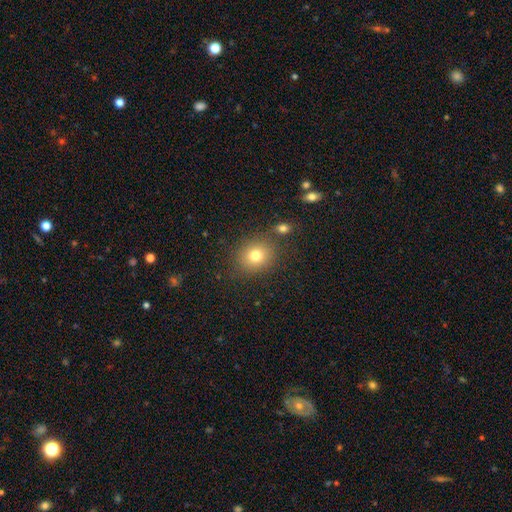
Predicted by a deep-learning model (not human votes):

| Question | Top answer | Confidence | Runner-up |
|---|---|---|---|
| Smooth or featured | smooth | 77% | star or artifact (13%) |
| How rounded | round | 71% | in between (28%) |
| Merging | none | 79% | minor disturbance (11%) |